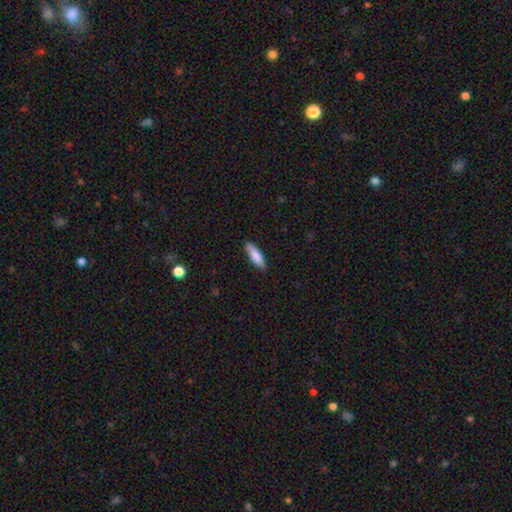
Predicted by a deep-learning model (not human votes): Smooth or featured?
  - smooth: 85% *
  - featured or disk: 10%
  - star or artifact: 6%
How rounded?
  - cigar-shaped: 55% *
  - in between: 43%
  - round: 2%
Merging?
  - none: 84% *
  - minor disturbance: 13%
  - major disturbance: 2%
  - merger: 1%